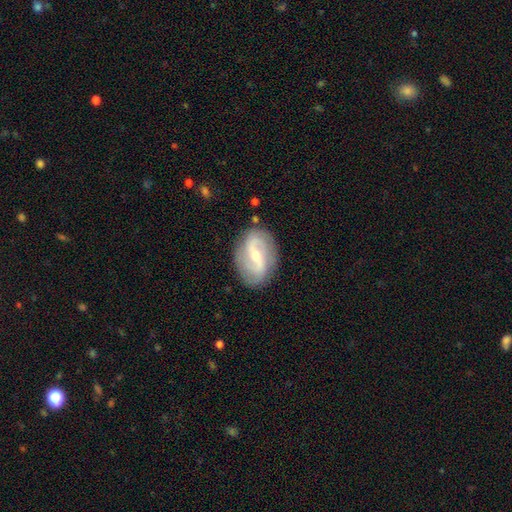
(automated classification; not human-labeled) smooth-or-featured: featured or disk: 82% | smooth: 13% | star or artifact: 5%
  disk-edge-on: no: 96% | yes: 4%
    bar: weak: 43% | strong: 39% | no: 18%
    has-spiral-arms: yes: 91% | no: 9%
      spiral-winding: loose: 46% | medium: 36% | tight: 18%
      spiral-arm-count: 2: 87% | can't tell: 6% | 3: 2% | 1: 2% | 4: 1% | more than 4: 1%
    bulge-size: small: 53% | moderate: 43% | large: 2% | none: 1% | dominant: 1%
  merging: none: 83% | minor disturbance: 12% | major disturbance: 4% | merger: 1%